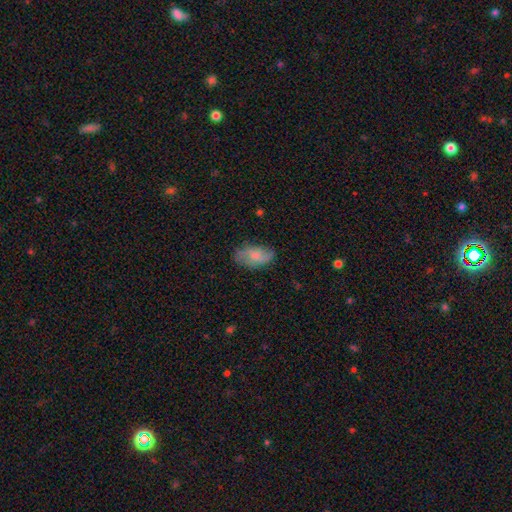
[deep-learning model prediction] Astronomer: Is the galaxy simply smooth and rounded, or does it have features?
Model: smooth — 59%.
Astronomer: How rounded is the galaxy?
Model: in between — 91%.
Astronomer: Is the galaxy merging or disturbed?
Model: none — 69%.